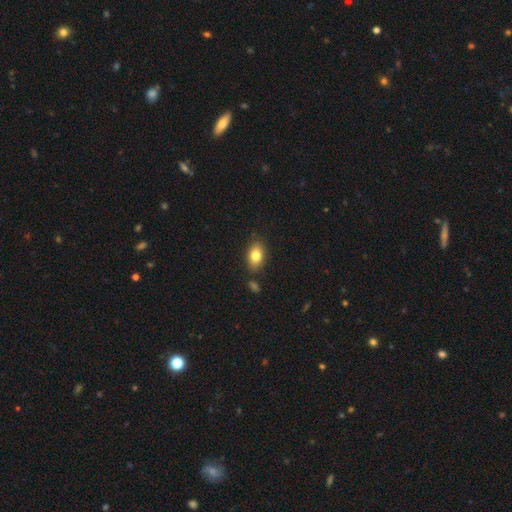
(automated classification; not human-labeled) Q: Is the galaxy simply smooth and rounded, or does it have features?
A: smooth — 81%.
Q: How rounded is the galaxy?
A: in between — 87%.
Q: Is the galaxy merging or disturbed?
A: none — 82%.